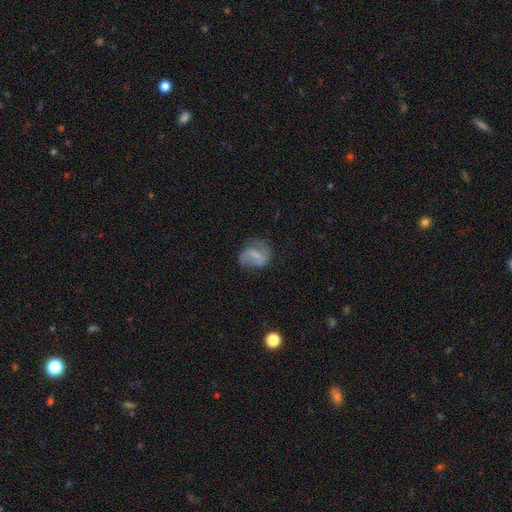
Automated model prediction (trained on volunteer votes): Smooth or featured?
  - featured or disk: 56% *
  - smooth: 36%
  - star or artifact: 8%
Edge-on disk?
  - no: 97% *
  - yes: 3%
Bar?
  - weak: 47% *
  - no: 32%
  - strong: 21%
Spiral arms?
  - yes: 81% *
  - no: 19%
Bulge size?
  - none: 39% *
  - small: 36%
  - moderate: 20%
  - large: 4%
  - dominant: 1%
Merging?
  - none: 53% *
  - minor disturbance: 26%
  - major disturbance: 19%
  - merger: 2%